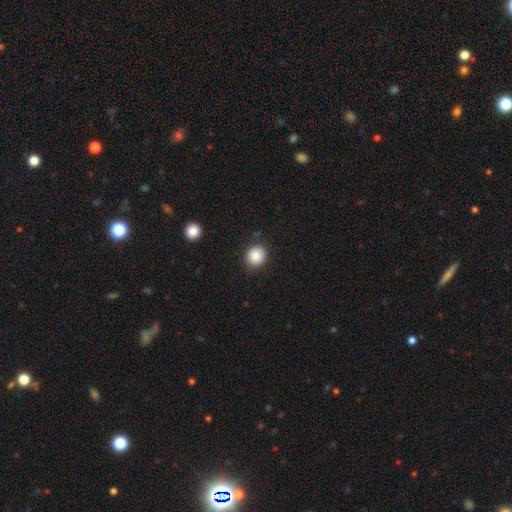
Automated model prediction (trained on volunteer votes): smooth-or-featured: smooth: 85% | star or artifact: 9% | featured or disk: 6%
  how-rounded: round: 84% | in between: 15% | cigar-shaped: 1%
  merging: none: 86% | minor disturbance: 10% | major disturbance: 3% | merger: 2%